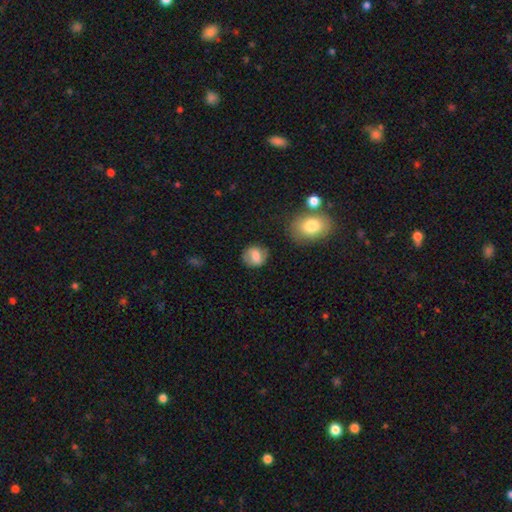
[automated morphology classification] Overall: smooth (70%). How rounded: round (67%; in between 31%). Merging: none (75%).